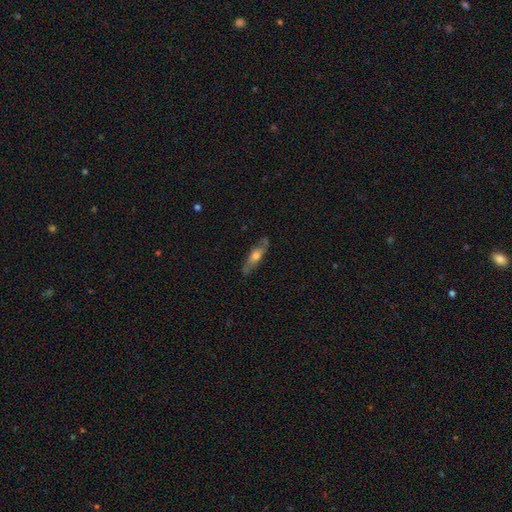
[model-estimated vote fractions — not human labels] Q: Smooth or featured?
A: featured or disk (53%); runner-up: smooth (41%)
Q: Edge-on disk?
A: yes (65%); runner-up: no (35%)
Q: Merging?
A: none (78%); runner-up: minor disturbance (16%)